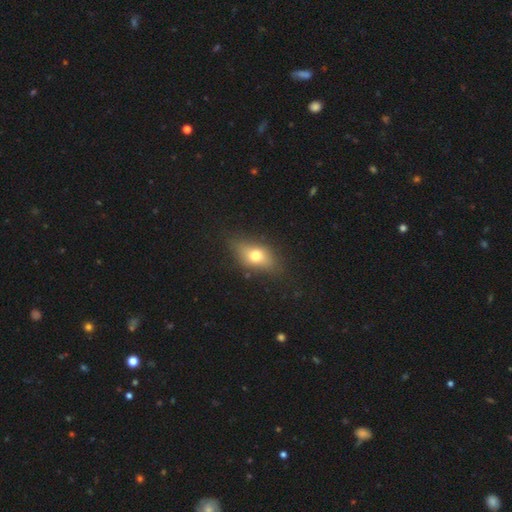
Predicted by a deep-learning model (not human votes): smooth 68%, featured or disk 22%, star or artifact 10%. Down the decision tree: how rounded — in between (76%); merging — none (75%).